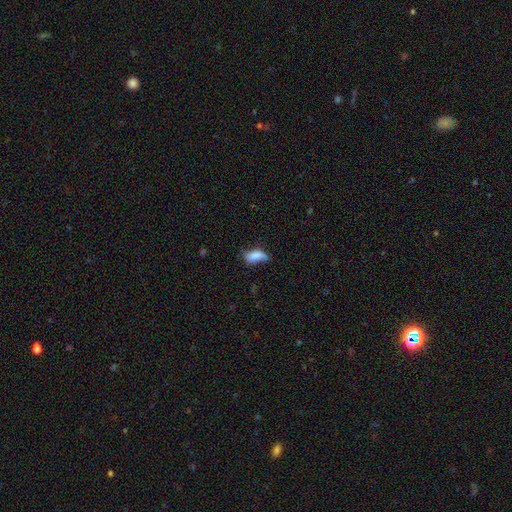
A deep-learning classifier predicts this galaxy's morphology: Smooth or featured: smooth — 76% (featured or disk — 16%)
How rounded: in between — 87% (cigar-shaped — 9%)
Merging: none — 46% (minor disturbance — 37%)